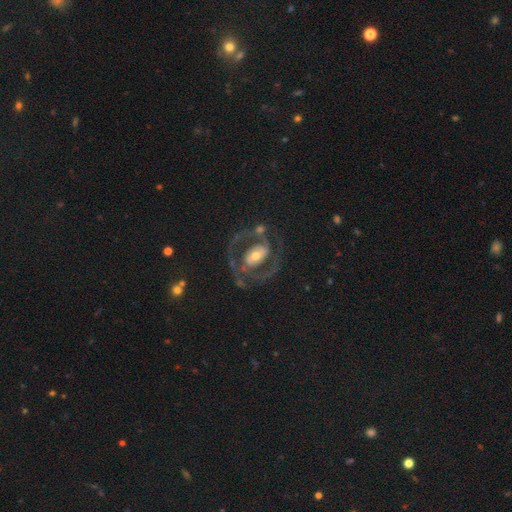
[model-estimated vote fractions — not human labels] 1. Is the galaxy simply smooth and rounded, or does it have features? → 79% featured or disk, 15% smooth, 6% star or artifact.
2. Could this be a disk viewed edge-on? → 96% no, 4% yes.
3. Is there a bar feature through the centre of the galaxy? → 43% no, 33% weak, 25% strong.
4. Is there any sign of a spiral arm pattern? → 73% yes, 27% no.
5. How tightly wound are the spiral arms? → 48% medium, 32% tight, 20% loose.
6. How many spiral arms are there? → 79% 2, 9% can't tell, 6% 1, 3% 3, 2% 4, 2% more than 4.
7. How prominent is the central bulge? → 57% moderate, 29% small, 11% large, 2% dominant, 2% none.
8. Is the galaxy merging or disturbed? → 60% none, 19% major disturbance, 16% minor disturbance, 4% merger.